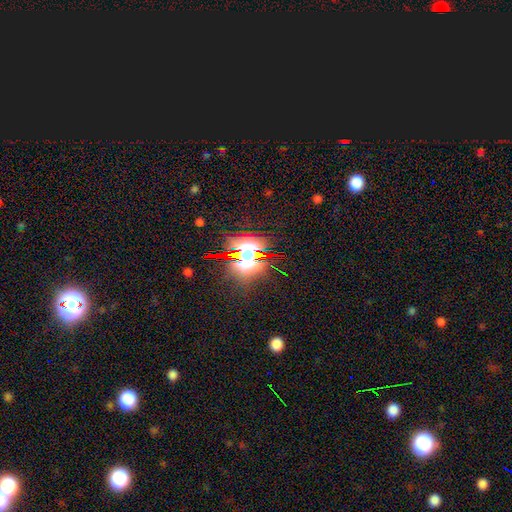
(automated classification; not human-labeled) A star or artifact, not a galaxy (66%).